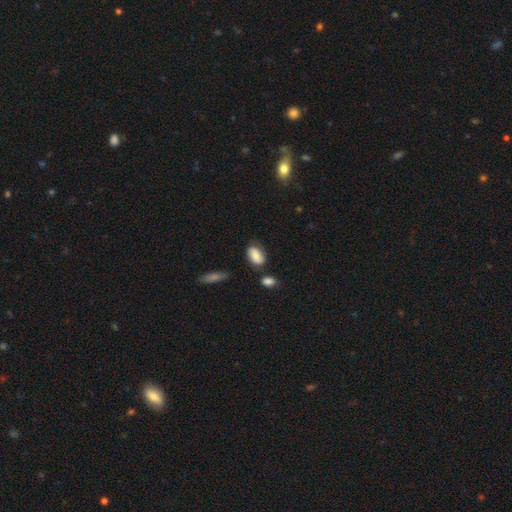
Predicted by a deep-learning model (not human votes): Smooth or featured? smooth (79%)
How rounded? in between (90%)
Merging? none (68%)